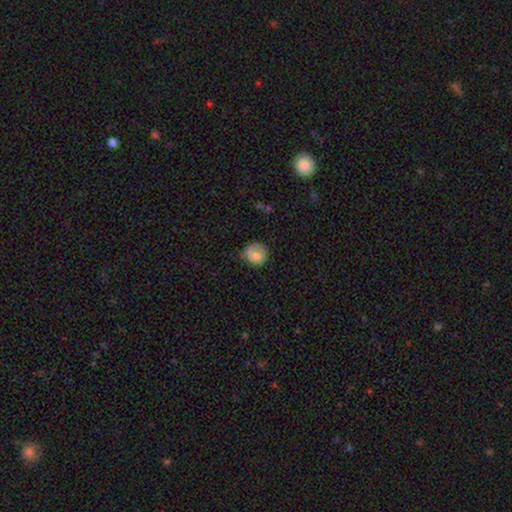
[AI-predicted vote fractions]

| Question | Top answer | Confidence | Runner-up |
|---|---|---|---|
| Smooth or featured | smooth | 73% | featured or disk (19%) |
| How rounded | round | 84% | in between (15%) |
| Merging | none | 57% | minor disturbance (29%) |